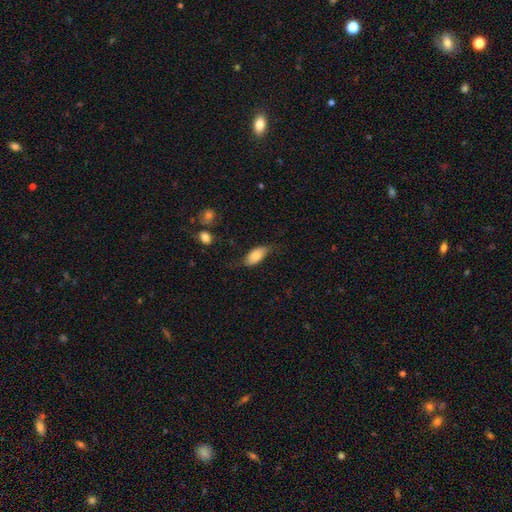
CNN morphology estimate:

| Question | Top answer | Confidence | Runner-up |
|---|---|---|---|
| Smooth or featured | smooth | 77% | featured or disk (16%) |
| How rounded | in between | 90% | cigar-shaped (8%) |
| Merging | none | 60% | minor disturbance (27%) |